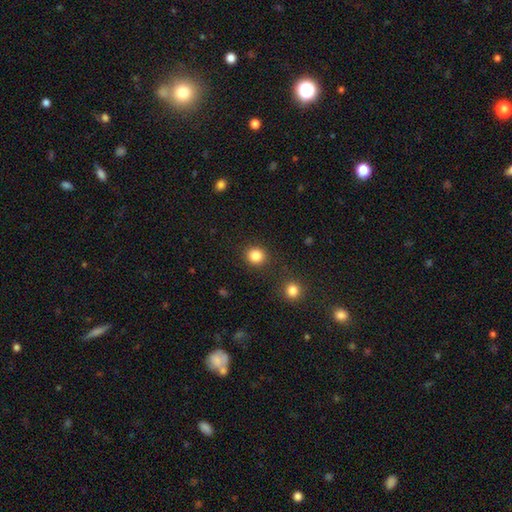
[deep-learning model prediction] The model was most divided on "smooth or featured": smooth: 84%, star or artifact: 11%, featured or disk: 4%. More confident: merging — none (88%); how rounded — round (88%).